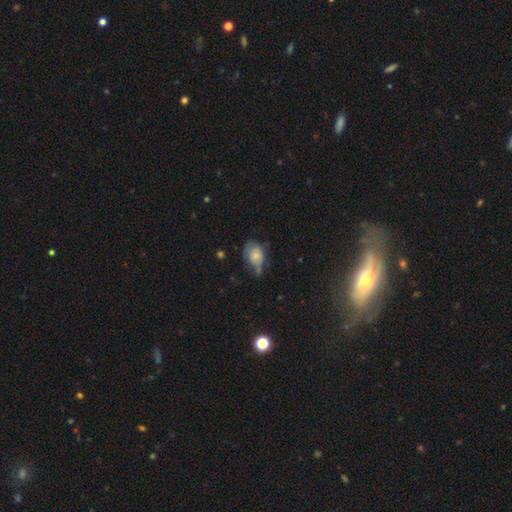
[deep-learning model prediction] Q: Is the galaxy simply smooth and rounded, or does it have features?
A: smooth — 69%.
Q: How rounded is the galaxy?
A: in between — 75%.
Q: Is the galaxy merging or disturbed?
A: minor disturbance — 39%.